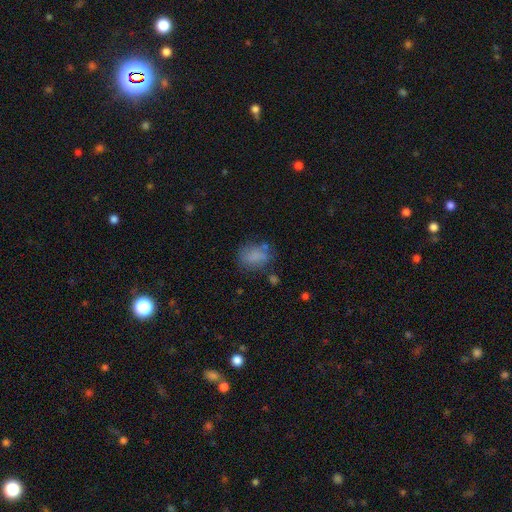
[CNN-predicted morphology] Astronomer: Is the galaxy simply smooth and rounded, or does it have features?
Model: smooth — 75%.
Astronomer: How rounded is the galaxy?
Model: in between — 69%.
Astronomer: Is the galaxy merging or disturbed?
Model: none — 58%.